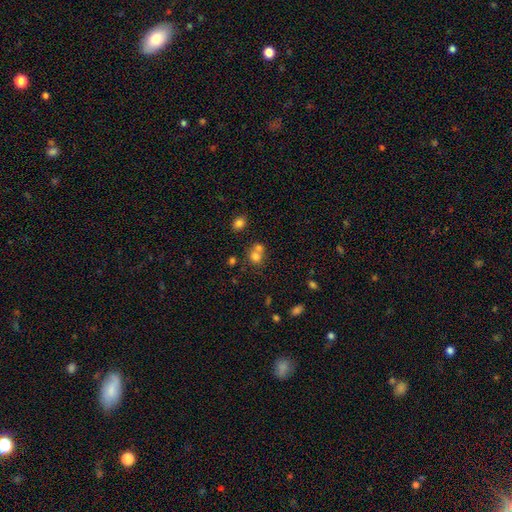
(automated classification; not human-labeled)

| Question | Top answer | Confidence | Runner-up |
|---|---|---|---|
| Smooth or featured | smooth | 73% | star or artifact (14%) |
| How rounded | round | 77% | in between (22%) |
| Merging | merger | 51% | none (39%) |